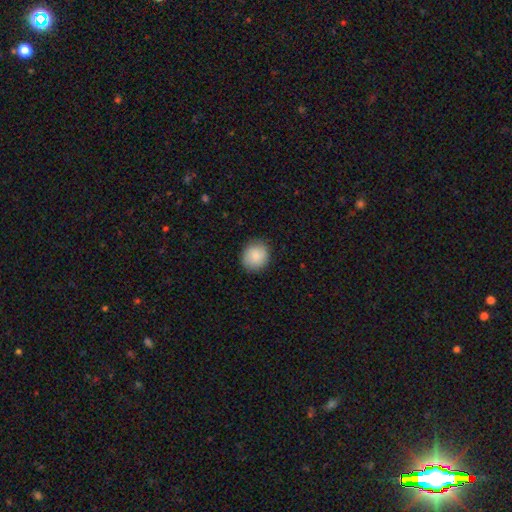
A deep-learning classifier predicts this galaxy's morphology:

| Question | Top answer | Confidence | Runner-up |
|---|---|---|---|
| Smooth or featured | smooth | 86% | star or artifact (7%) |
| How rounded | round | 77% | in between (22%) |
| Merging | none | 87% | minor disturbance (10%) |